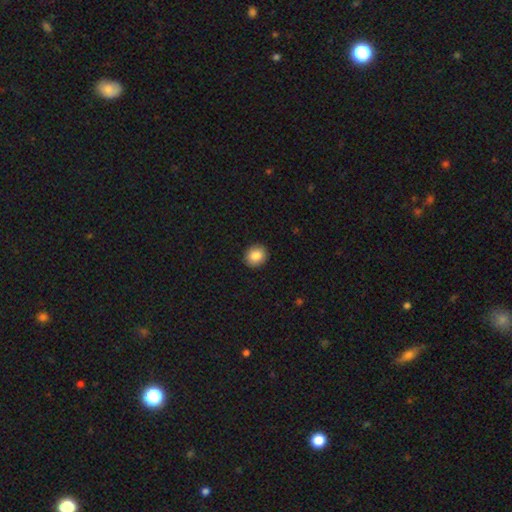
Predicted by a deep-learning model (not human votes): This appears to be a smooth galaxy with no disk features (85%) that is round (79%). Merging: none (92%).